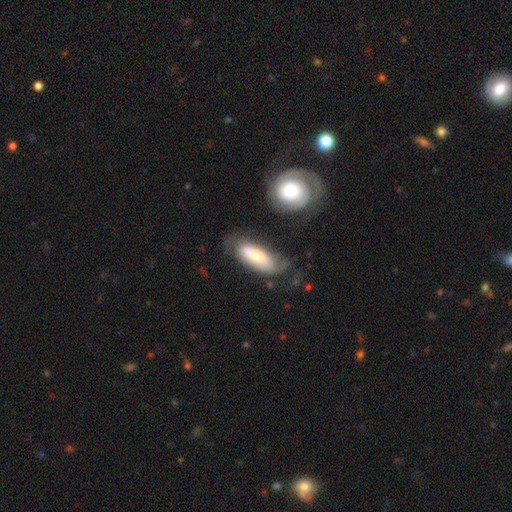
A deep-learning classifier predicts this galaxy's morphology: A smooth galaxy with no disk features (58%) that is in between round and cigar-shaped (80%). Merging: none (51%).